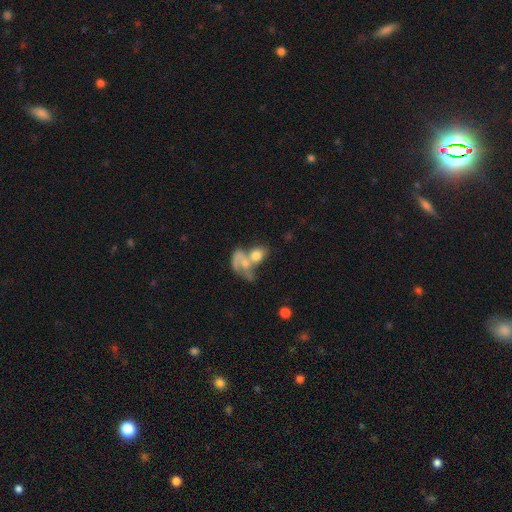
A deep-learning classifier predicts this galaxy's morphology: Smooth or featured: smooth — 57% (featured or disk — 33%)
How rounded: in between — 67% (round — 31%)
Merging: merger — 66% (none — 15%)